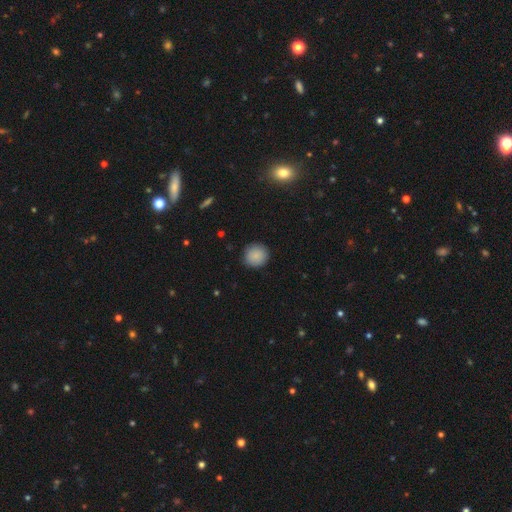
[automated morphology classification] A smooth galaxy with no disk features (85%) that is round (92%). Merging: none (89%).